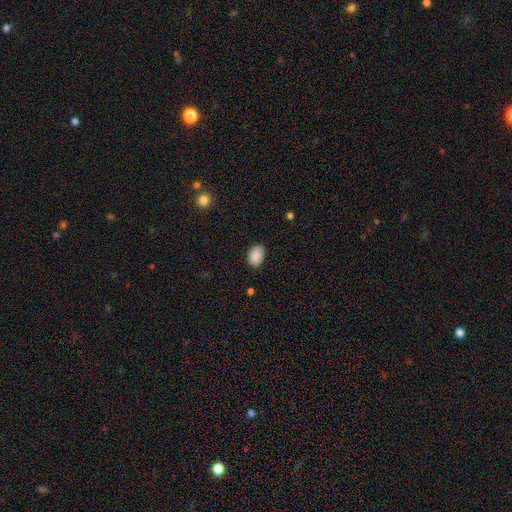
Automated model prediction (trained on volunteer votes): The model was most divided on "merging": none: 82%, minor disturbance: 14%, major disturbance: 2%, merger: 1%. More confident: smooth or featured — smooth (88%); how rounded — in between (86%).